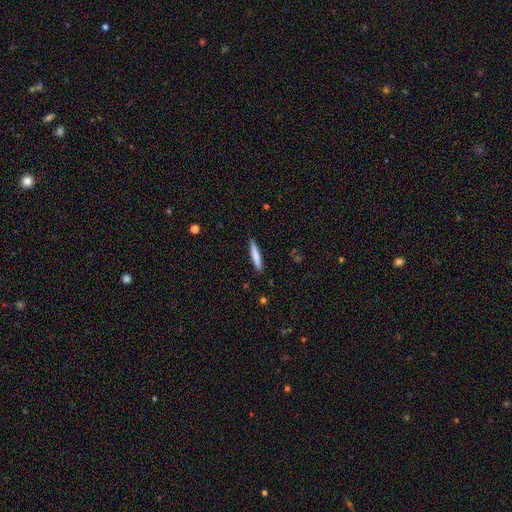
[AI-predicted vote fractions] Smooth or featured?
  - smooth: 78% *
  - featured or disk: 17%
  - star or artifact: 6%
How rounded?
  - cigar-shaped: 92% *
  - in between: 7%
  - round: 1%
Merging?
  - none: 89% *
  - minor disturbance: 8%
  - major disturbance: 2%
  - merger: 1%